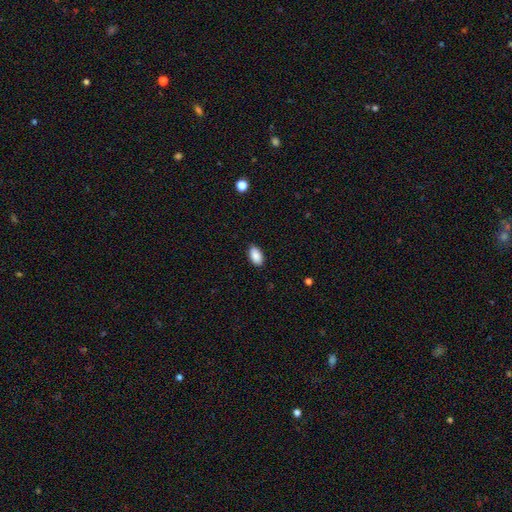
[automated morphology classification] Smooth or featured?
  - smooth: 89% *
  - star or artifact: 7%
  - featured or disk: 4%
How rounded?
  - in between: 95% *
  - round: 4%
  - cigar-shaped: 2%
Merging?
  - none: 88% *
  - minor disturbance: 9%
  - major disturbance: 2%
  - merger: 1%